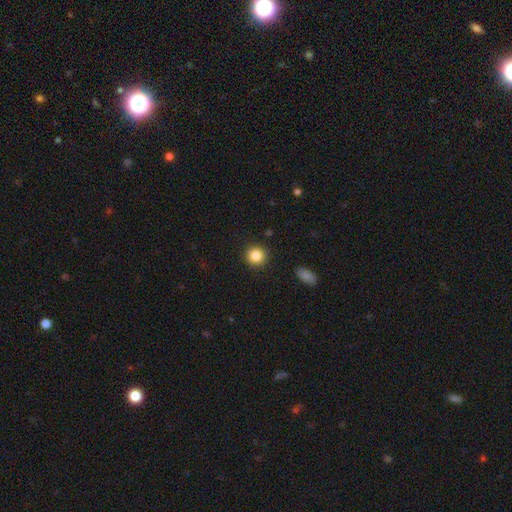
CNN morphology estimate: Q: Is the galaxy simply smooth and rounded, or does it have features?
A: smooth — 86%.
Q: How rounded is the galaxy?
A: round — 93%.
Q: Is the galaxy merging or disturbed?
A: none — 91%.